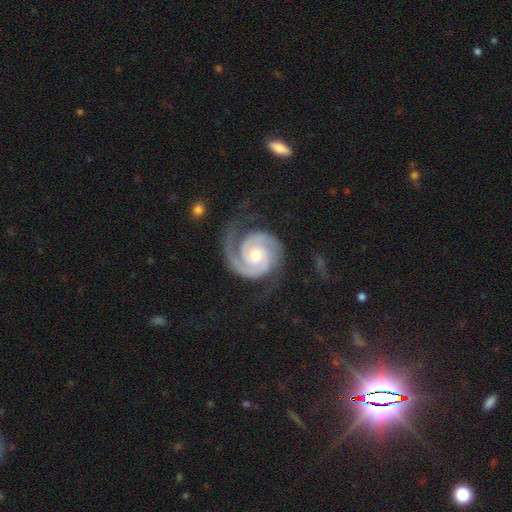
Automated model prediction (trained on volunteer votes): smooth-or-featured: featured or disk: 93% | smooth: 4% | star or artifact: 3%
  disk-edge-on: no: 98% | yes: 2%
    bar: no: 66% | weak: 26% | strong: 8%
    has-spiral-arms: yes: 99% | no: 1%
      spiral-winding: tight: 66% | medium: 30% | loose: 4%
      spiral-arm-count: 2: 82% | 3: 9% | can't tell: 3% | 1: 3% | 4: 2% | more than 4: 2%
    bulge-size: moderate: 55% | small: 36% | large: 5% | none: 3% | dominant: 1%
  merging: none: 71% | minor disturbance: 17% | major disturbance: 11% | merger: 1%